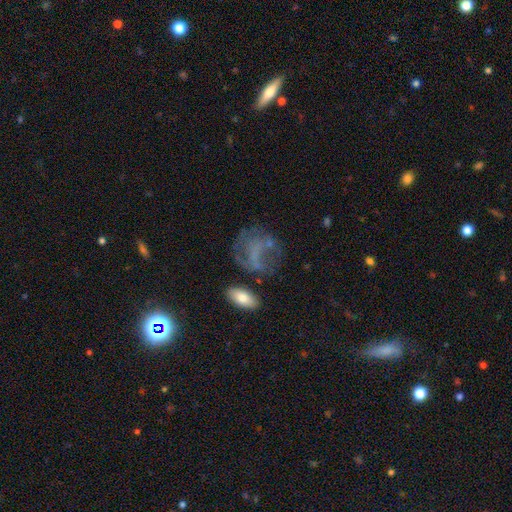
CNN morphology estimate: smooth_or_featured: featured or disk (p=0.44) [alt: smooth p=0.34]
merging: none (p=0.45) [alt: major disturbance p=0.29]